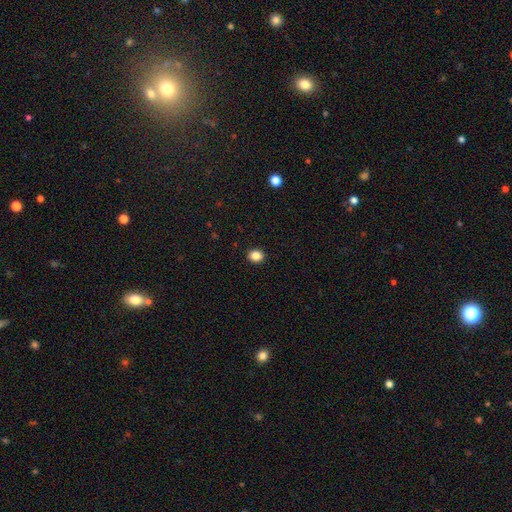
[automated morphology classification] Smooth or featured? Predicted: smooth (p=0.86). How rounded? Predicted: round (p=0.61). Merging? Predicted: none (p=0.92).